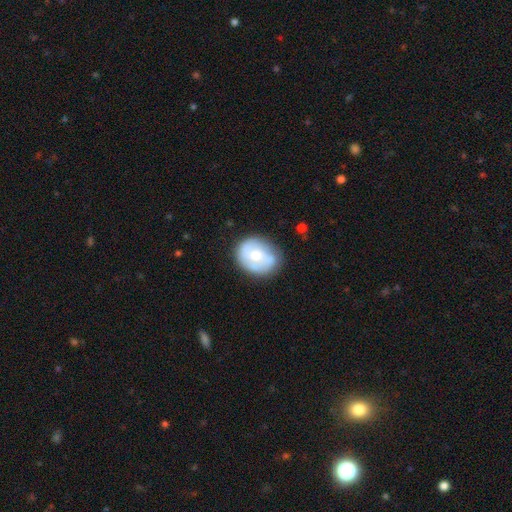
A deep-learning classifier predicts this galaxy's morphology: This appears to be a featured or disk galaxy (49%). Merging: none (67%).